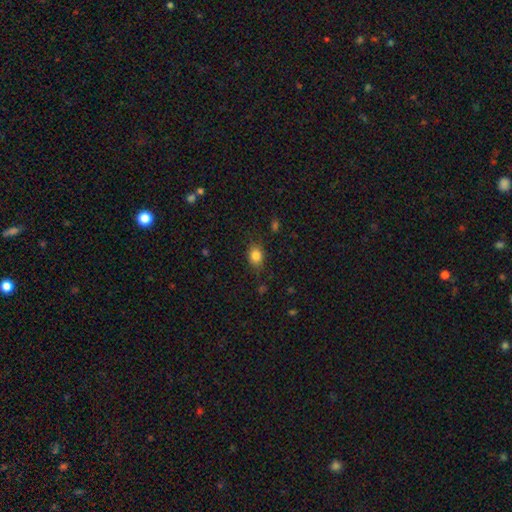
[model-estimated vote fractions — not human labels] Smooth or featured? smooth (84%)
How rounded? in between (60%)
Merging? none (80%)